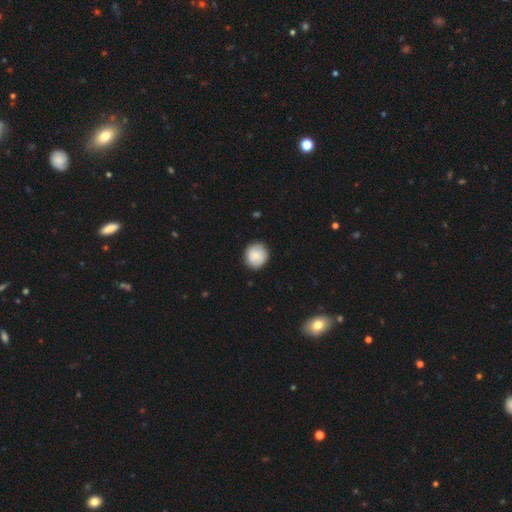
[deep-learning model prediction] Smooth or featured? smooth (80%)
How rounded? round (89%)
Merging? none (87%)